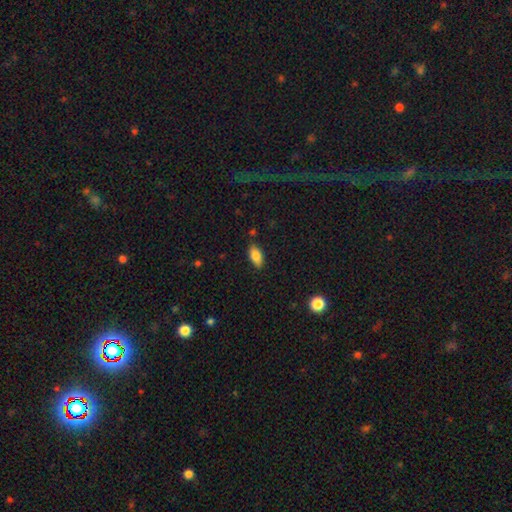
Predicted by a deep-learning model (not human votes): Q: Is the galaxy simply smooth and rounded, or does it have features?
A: smooth — 83%.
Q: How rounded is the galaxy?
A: in between — 89%.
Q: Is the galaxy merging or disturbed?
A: none — 84%.